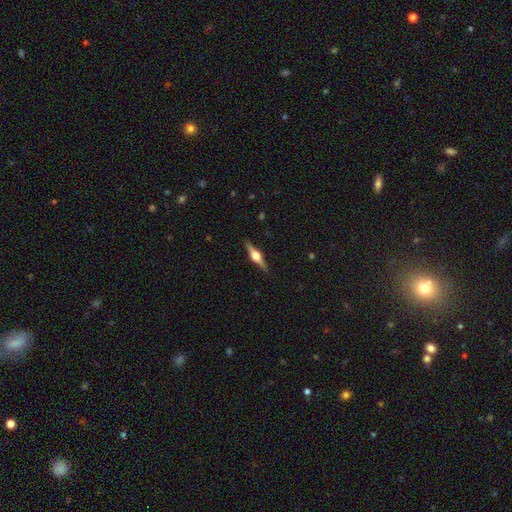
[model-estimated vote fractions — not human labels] A featured or disk galaxy (79%) viewed edge-on (98%) with a rounded central bulge (95%).

Vote fractions:
- Smooth or featured? featured or disk: 79% / smooth: 15% / star or artifact: 6%
- Edge-on disk? yes: 98% / no: 2%
- Edge-on bulge? rounded: 95% / boxy: 4% / none: 1%
- Merging? none: 90% / minor disturbance: 7% / major disturbance: 2% / merger: 1%